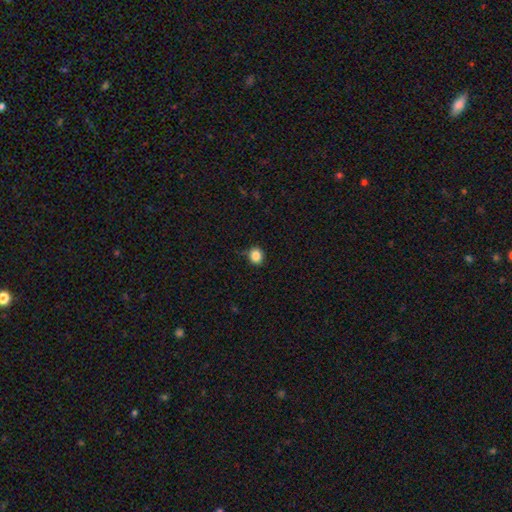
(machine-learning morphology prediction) This is clearly a smooth galaxy (86%). How rounded: likely round (80%). Merging: clearly none (82%).